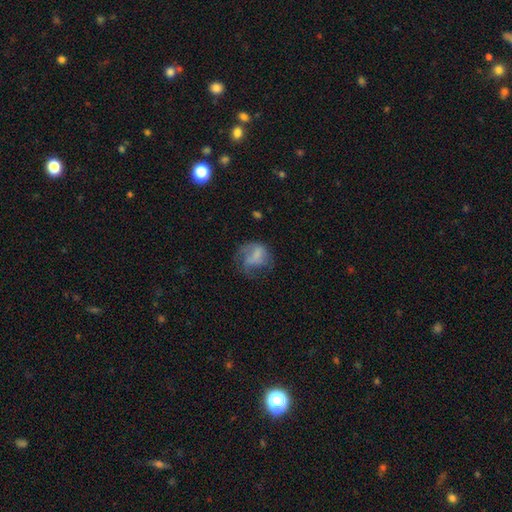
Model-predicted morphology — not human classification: Smooth or featured? smooth (54%)
How rounded? round (53%)
Merging? major disturbance (38%)